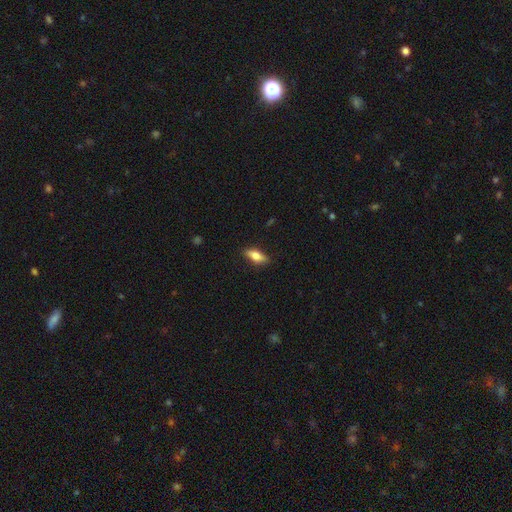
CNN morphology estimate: Smooth or featured? smooth (69%)
How rounded? in between (67%)
Merging? none (85%)